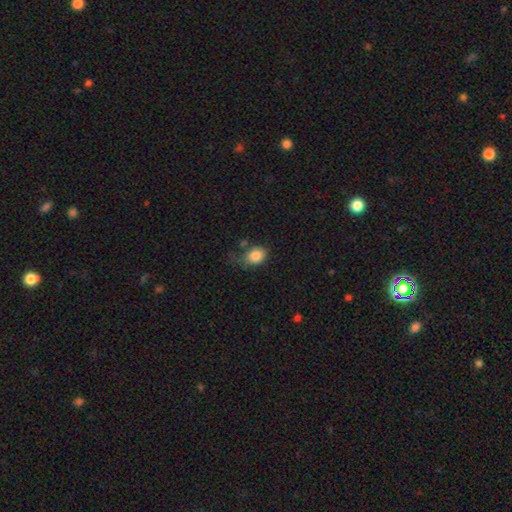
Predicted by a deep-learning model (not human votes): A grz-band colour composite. It shows a smooth galaxy with no disk features (83%) that is in between round and cigar-shaped (62%). Merging: none (51%).